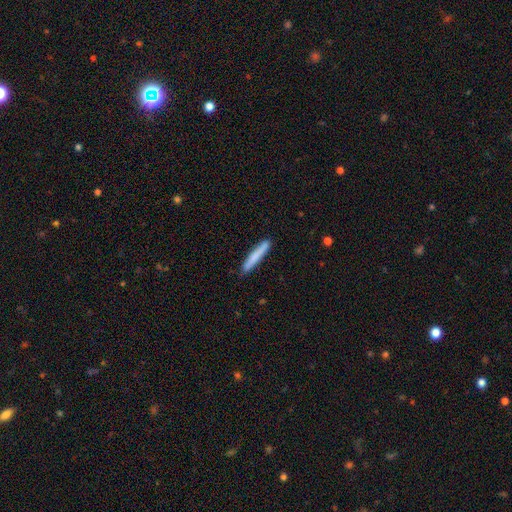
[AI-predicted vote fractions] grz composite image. It shows a smooth galaxy with no disk features (74%) that is cigar-shaped (96%). Merging: none (86%).